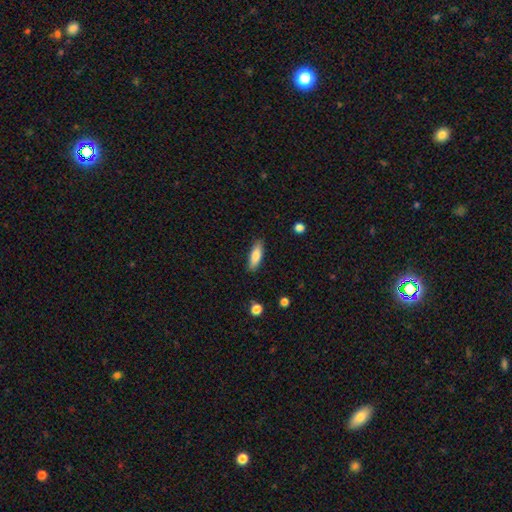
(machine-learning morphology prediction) smooth-or-featured: smooth: 81% | featured or disk: 13% | star or artifact: 6%
  how-rounded: in between: 55% | cigar-shaped: 43% | round: 2%
  merging: none: 86% | minor disturbance: 10% | major disturbance: 2% | merger: 1%